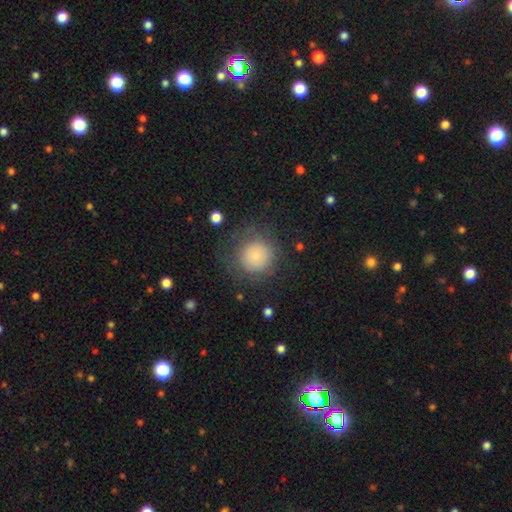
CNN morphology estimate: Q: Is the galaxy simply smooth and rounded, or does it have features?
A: smooth — 81%.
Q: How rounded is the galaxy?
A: round — 93%.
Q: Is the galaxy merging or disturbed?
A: none — 70%.